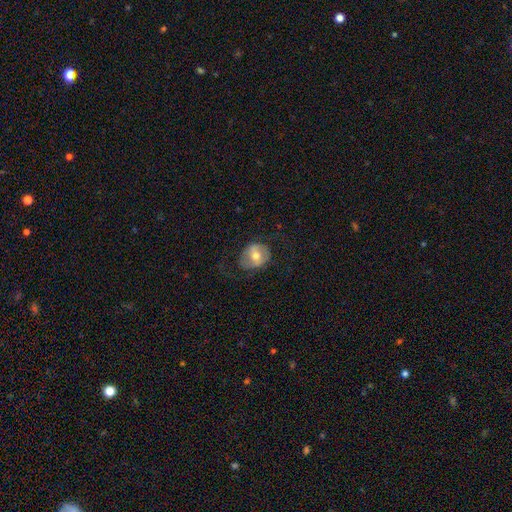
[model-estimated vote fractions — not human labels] Smooth or featured? Predicted: smooth (p=0.49). Merging? Predicted: none (p=0.63).